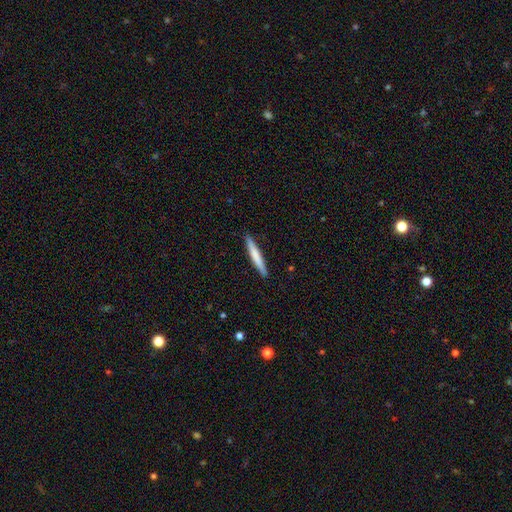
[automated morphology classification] Smooth or featured? Predicted: smooth (p=0.67). How rounded? Predicted: cigar-shaped (p=0.96). Merging? Predicted: none (p=0.91).